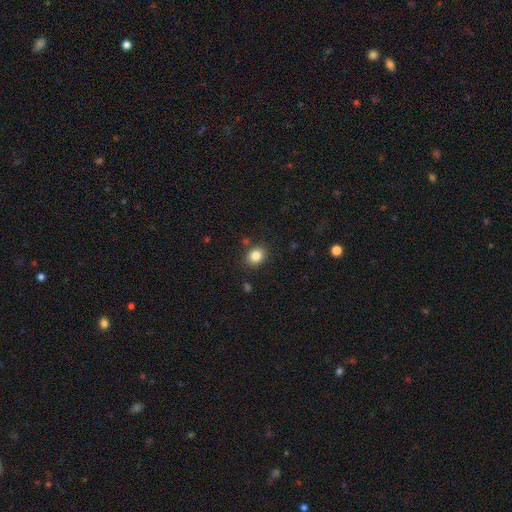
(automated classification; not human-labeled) Smooth or featured?
  - smooth: 84% *
  - star or artifact: 10%
  - featured or disk: 6%
How rounded?
  - round: 56% *
  - in between: 43%
  - cigar-shaped: 1%
Merging?
  - none: 86% *
  - minor disturbance: 9%
  - merger: 3%
  - major disturbance: 3%